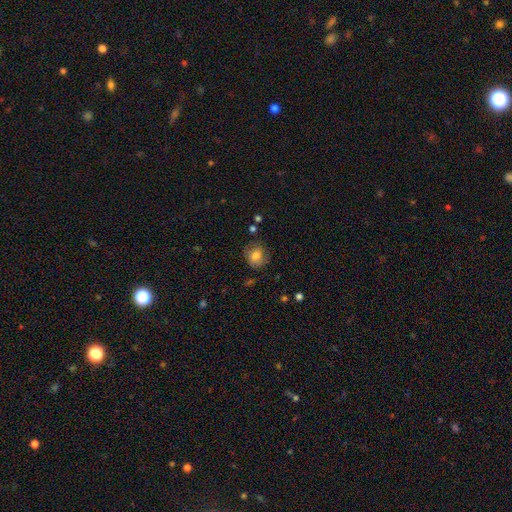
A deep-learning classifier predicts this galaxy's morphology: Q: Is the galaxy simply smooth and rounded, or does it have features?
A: smooth — 71%.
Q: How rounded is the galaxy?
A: round — 72%.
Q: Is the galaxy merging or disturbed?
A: none — 70%.